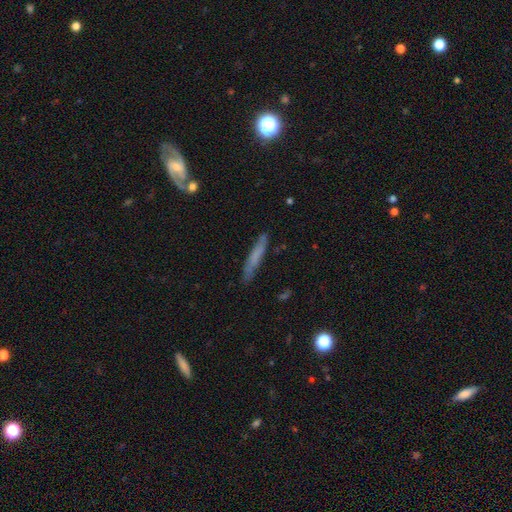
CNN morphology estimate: The model was most divided on "smooth or featured": smooth: 56%, featured or disk: 35%, star or artifact: 8%. More confident: how rounded — cigar-shaped (93%); merging — none (80%).